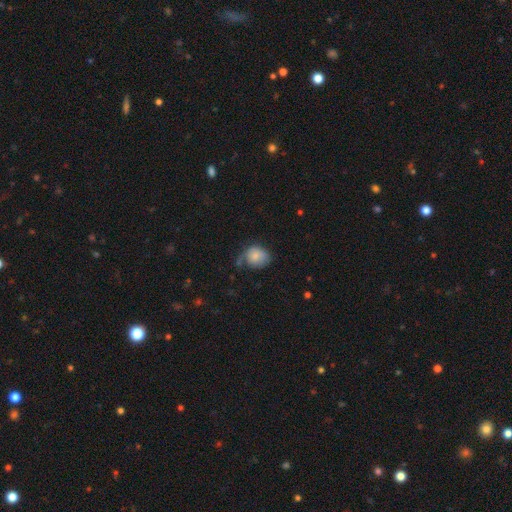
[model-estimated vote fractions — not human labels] Morphology: type=smooth (79%); roundness=round (59%); merging=none (45%).